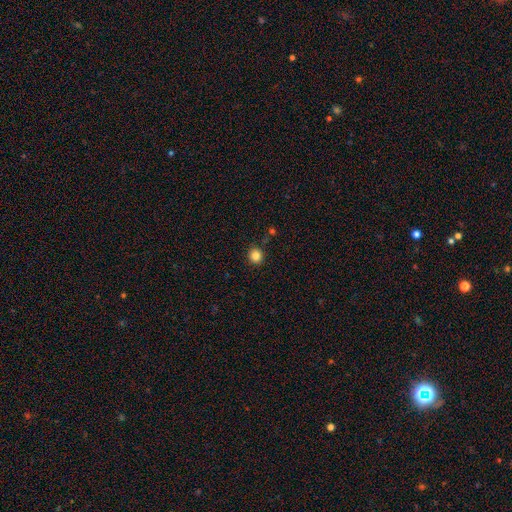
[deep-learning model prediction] A smooth galaxy with no disk features (84%) that is round (90%).

Vote fractions:
- Smooth or featured? smooth: 84% / star or artifact: 11% / featured or disk: 5%
- How rounded? round: 90% / in between: 9% / cigar-shaped: 1%
- Merging? none: 87% / minor disturbance: 8% / merger: 2% / major disturbance: 2%